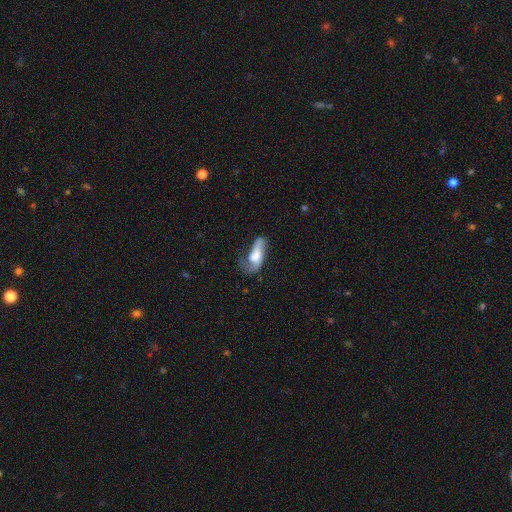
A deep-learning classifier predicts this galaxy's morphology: smooth_or_featured: featured or disk (p=0.52) [alt: smooth p=0.41]
disk_edge_on: no (p=0.86) [alt: yes p=0.14]
merging: major disturbance (p=0.36) [alt: none p=0.32]